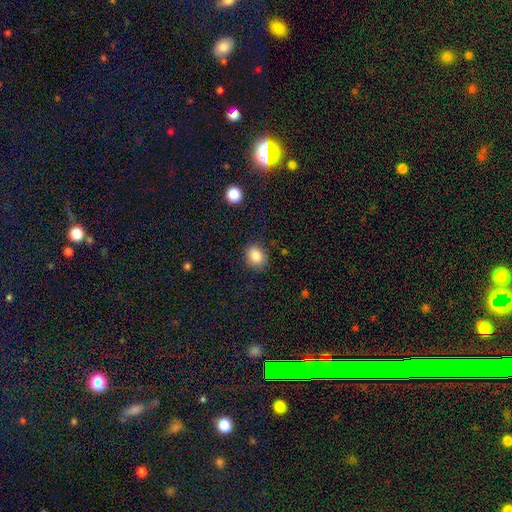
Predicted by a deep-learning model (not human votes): Smooth or featured: smooth — 85% (star or artifact — 9%)
How rounded: round — 55% (in between — 44%)
Merging: none — 86% (minor disturbance — 10%)